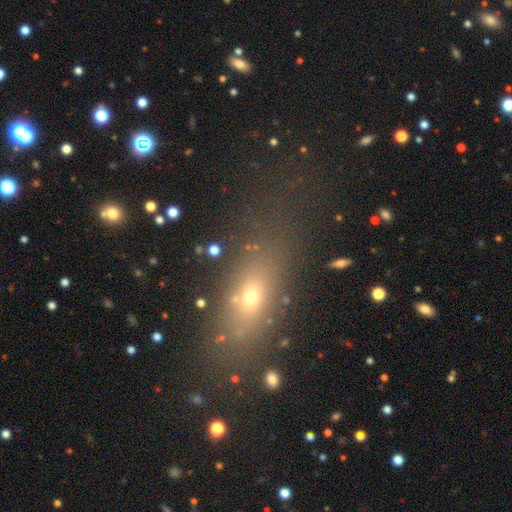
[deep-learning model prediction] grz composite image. It shows a smooth galaxy with no disk features (55%) that is in between round and cigar-shaped (60%). Merging: none (76%).